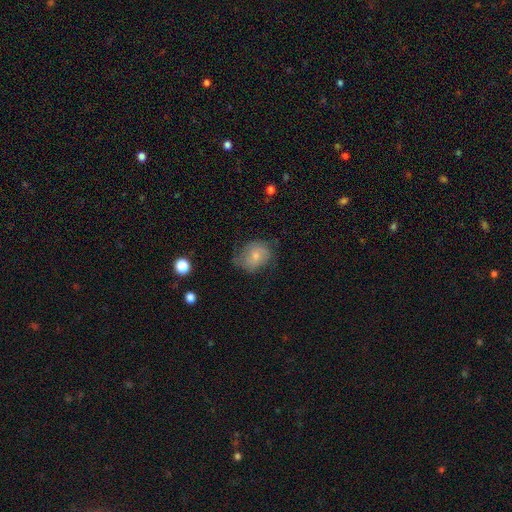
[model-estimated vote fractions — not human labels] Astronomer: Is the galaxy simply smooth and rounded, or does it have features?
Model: smooth — 64%.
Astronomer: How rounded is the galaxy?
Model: round — 51% (runner-up: in between, 48%).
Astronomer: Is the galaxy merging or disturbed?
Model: none — 52% (runner-up: minor disturbance, 32%).